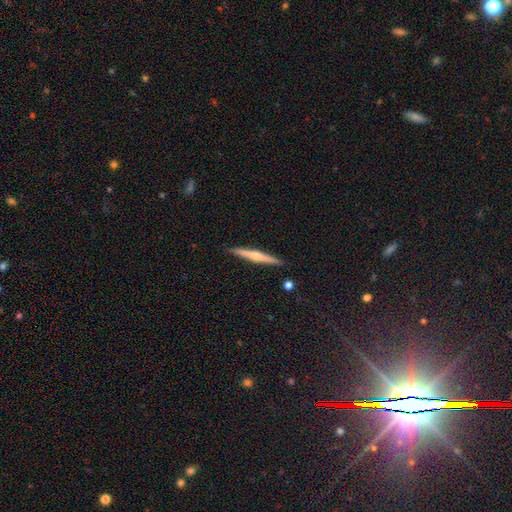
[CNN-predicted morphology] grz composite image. It shows a featured or disk galaxy (57%) viewed edge-on (98%) with a rounded central bulge (71%). Merging: none (90%).